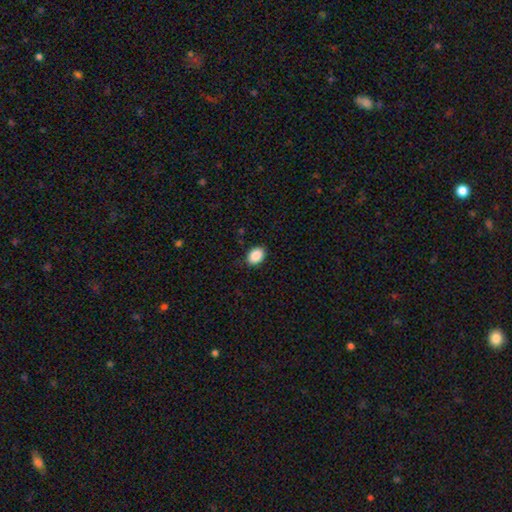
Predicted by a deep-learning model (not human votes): smooth-or-featured: smooth: 90% | star or artifact: 8% | featured or disk: 3%
  how-rounded: in between: 70% | round: 29% | cigar-shaped: 1%
  merging: none: 87% | minor disturbance: 10% | major disturbance: 2% | merger: 1%